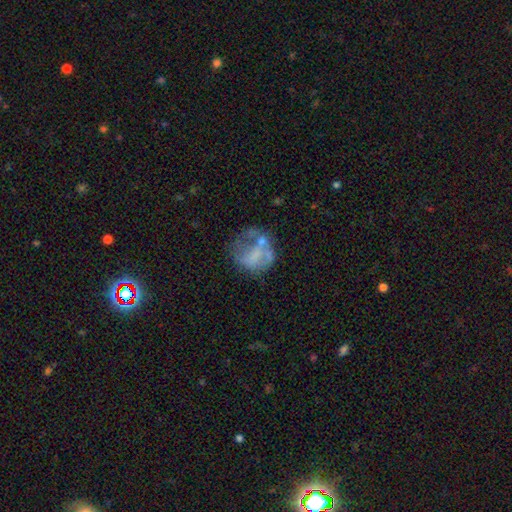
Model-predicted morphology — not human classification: Smooth or featured?
  - featured or disk: 50% *
  - smooth: 38%
  - star or artifact: 12%
Edge-on disk?
  - no: 98% *
  - yes: 2%
Merging?
  - none: 36% *
  - major disturbance: 31%
  - minor disturbance: 20%
  - merger: 12%